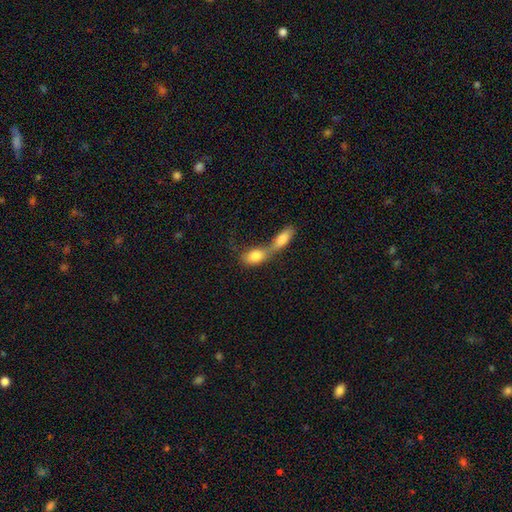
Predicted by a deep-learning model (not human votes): A smooth galaxy with no disk features (80%) that is in between round and cigar-shaped (81%). Merging: merger (75%).